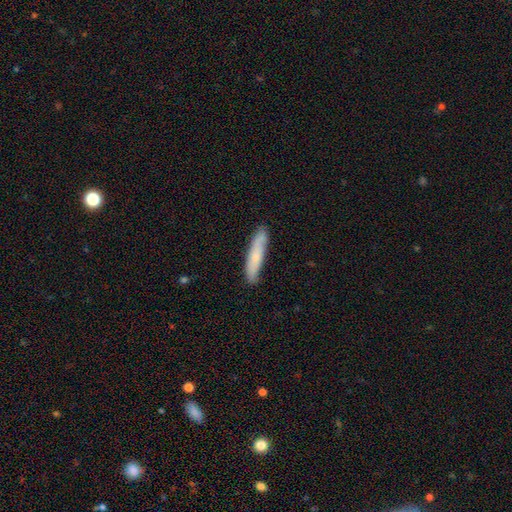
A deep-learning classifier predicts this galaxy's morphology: Smooth or featured?
  - smooth: 67% *
  - featured or disk: 27%
  - star or artifact: 6%
How rounded?
  - cigar-shaped: 87% *
  - in between: 11%
  - round: 1%
Merging?
  - none: 85% *
  - minor disturbance: 12%
  - major disturbance: 2%
  - merger: 1%